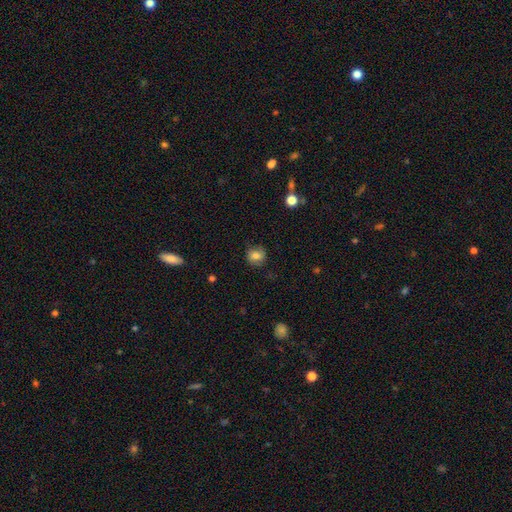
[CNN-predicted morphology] This is likely a smooth galaxy (75%). How rounded: likely round (76%). Merging: likely none (80%).